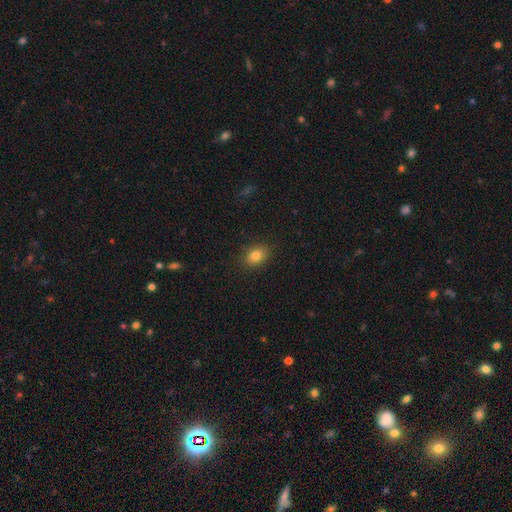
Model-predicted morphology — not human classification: type=smooth (82%); roundness=in between (62%); merging=none (88%).